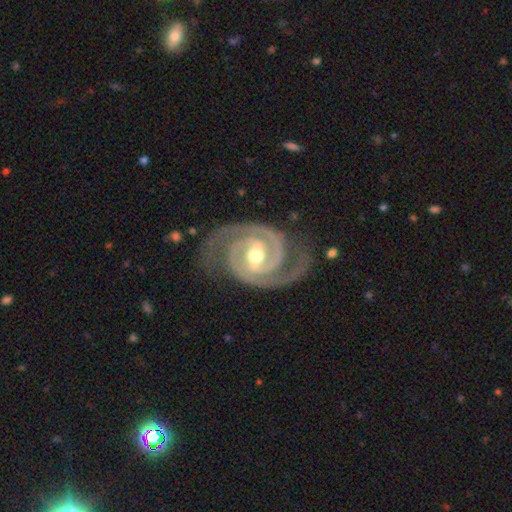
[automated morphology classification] Smooth or featured?
  - featured or disk: 94% *
  - star or artifact: 3%
  - smooth: 3%
Edge-on disk?
  - no: 98% *
  - yes: 2%
Bar?
  - weak: 40% *
  - strong: 37%
  - no: 23%
Spiral arms?
  - yes: 99% *
  - no: 1%
Spiral winding?
  - tight: 63% *
  - medium: 33%
  - loose: 4%
Spiral arm count?
  - 2: 92% *
  - 3: 3%
  - can't tell: 2%
  - 1: 1%
  - 4: 1%
  - more than 4: 1%
Bulge size?
  - moderate: 74% *
  - small: 19%
  - large: 5%
  - none: 1%
  - dominant: 1%
Merging?
  - none: 79% *
  - minor disturbance: 14%
  - major disturbance: 5%
  - merger: 1%